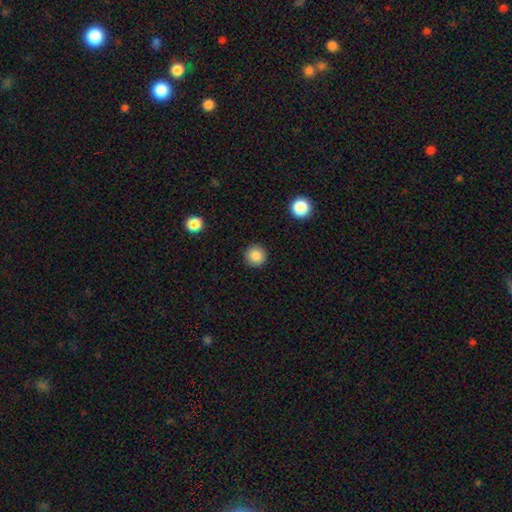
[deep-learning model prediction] Overall: smooth (86%). How rounded: round (96%). Merging: none (92%).